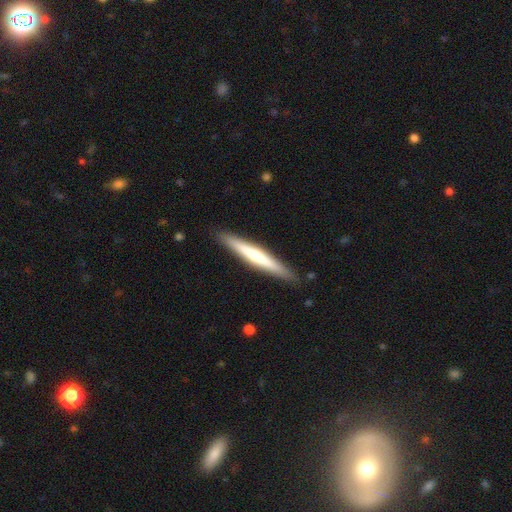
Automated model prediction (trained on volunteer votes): Morphology: type=featured or disk (49%); merging=none (90%).